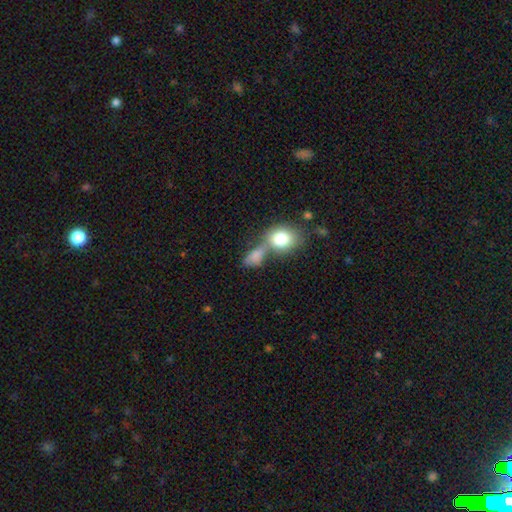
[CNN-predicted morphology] Overall: smooth (78%). How rounded: in between (69%). Merging: merger (48%; none 30%).